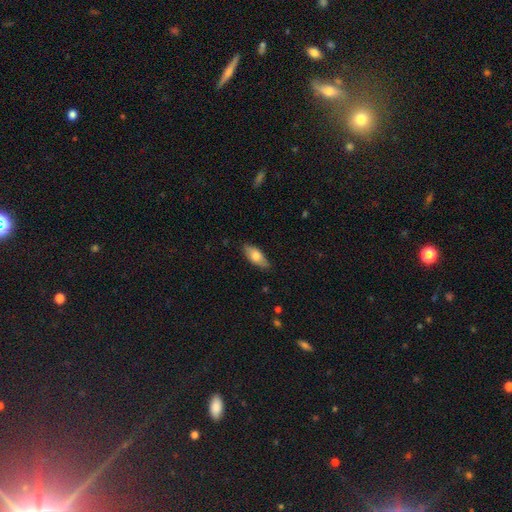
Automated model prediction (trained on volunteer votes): Smooth or featured: smooth — 71% (featured or disk — 23%)
How rounded: in between — 81% (cigar-shaped — 16%)
Merging: none — 84% (minor disturbance — 13%)